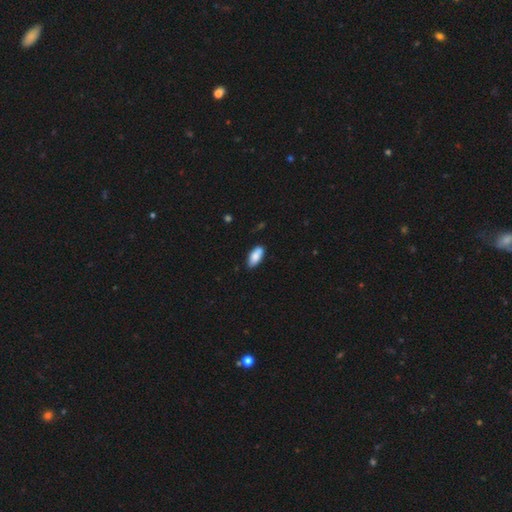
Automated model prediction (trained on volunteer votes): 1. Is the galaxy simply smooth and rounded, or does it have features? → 85% smooth, 9% featured or disk, 6% star or artifact.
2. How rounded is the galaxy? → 88% in between, 10% cigar-shaped, 2% round.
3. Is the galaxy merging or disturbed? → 81% none, 15% minor disturbance, 2% major disturbance, 2% merger.